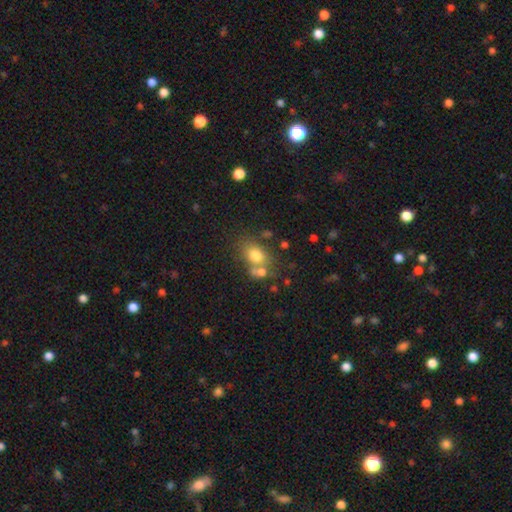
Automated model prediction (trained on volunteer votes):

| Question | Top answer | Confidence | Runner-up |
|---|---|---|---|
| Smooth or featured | smooth | 75% | featured or disk (13%) |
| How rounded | in between | 66% | round (33%) |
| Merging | none | 51% | merger (31%) |